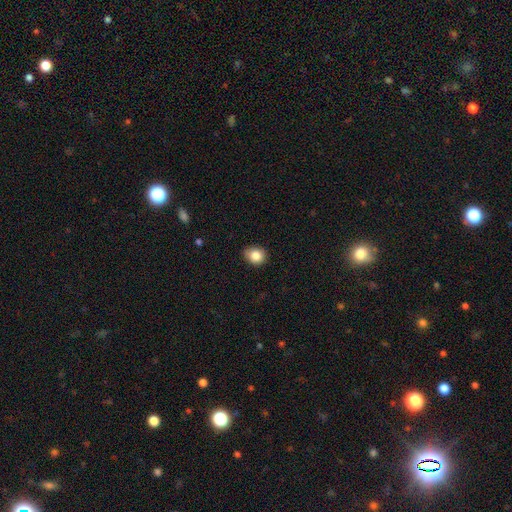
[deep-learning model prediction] Smooth or featured?
  - smooth: 85% *
  - star or artifact: 9%
  - featured or disk: 6%
How rounded?
  - round: 68% *
  - in between: 32%
  - cigar-shaped: 1%
Merging?
  - none: 79% *
  - minor disturbance: 17%
  - major disturbance: 3%
  - merger: 1%